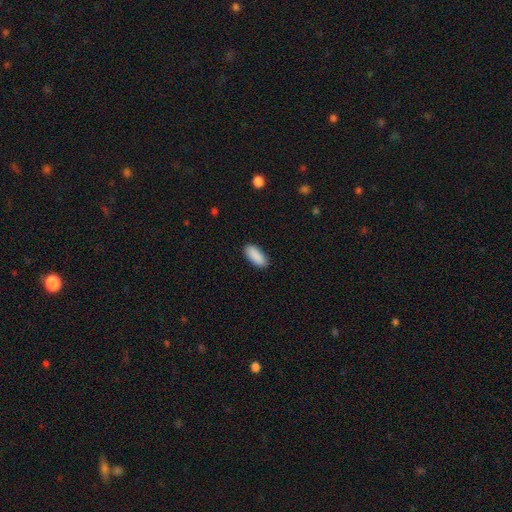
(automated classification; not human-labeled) Smooth or featured: smooth — 91% (star or artifact — 6%)
How rounded: in between — 82% (cigar-shaped — 16%)
Merging: none — 89% (minor disturbance — 8%)